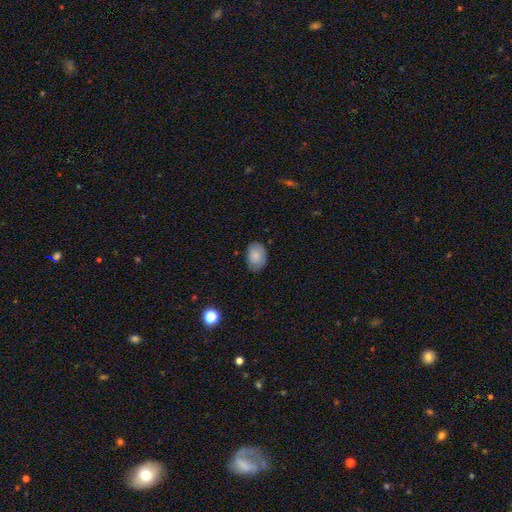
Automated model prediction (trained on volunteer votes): This appears to be a smooth galaxy with no disk features (79%) that is in between round and cigar-shaped (81%). Merging: none (72%).